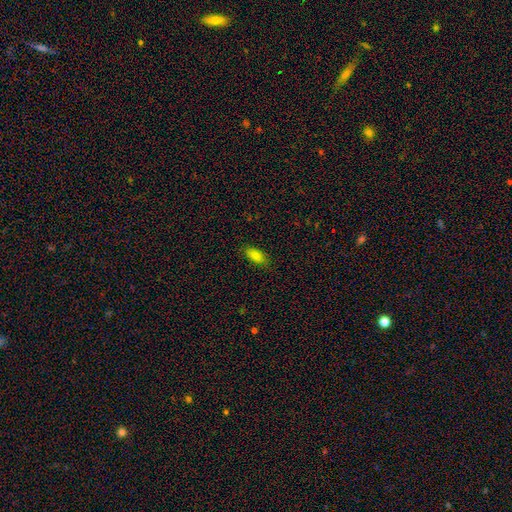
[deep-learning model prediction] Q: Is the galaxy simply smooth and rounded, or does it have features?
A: smooth — 84%.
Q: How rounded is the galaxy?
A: in between — 88%.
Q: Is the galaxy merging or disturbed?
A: none — 84%.